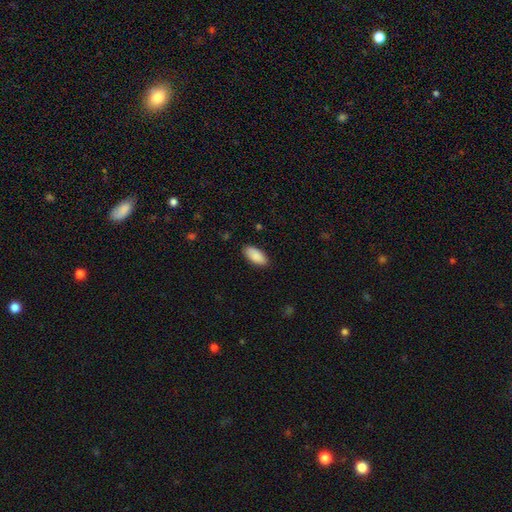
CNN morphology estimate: smooth_or_featured: smooth (p=0.90) [alt: star or artifact p=0.06]
how_rounded: in between (p=0.92) [alt: cigar-shaped p=0.06]
merging: none (p=0.86) [alt: minor disturbance p=0.10]